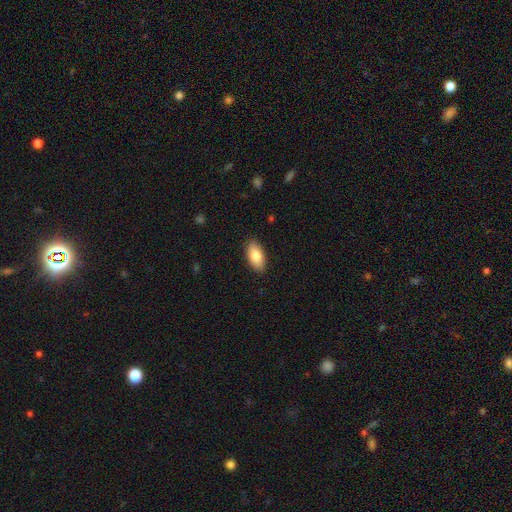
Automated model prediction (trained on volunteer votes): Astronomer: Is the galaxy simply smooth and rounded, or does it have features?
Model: smooth — 84%.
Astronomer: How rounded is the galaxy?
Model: in between — 92%.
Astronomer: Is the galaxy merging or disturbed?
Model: none — 88%.